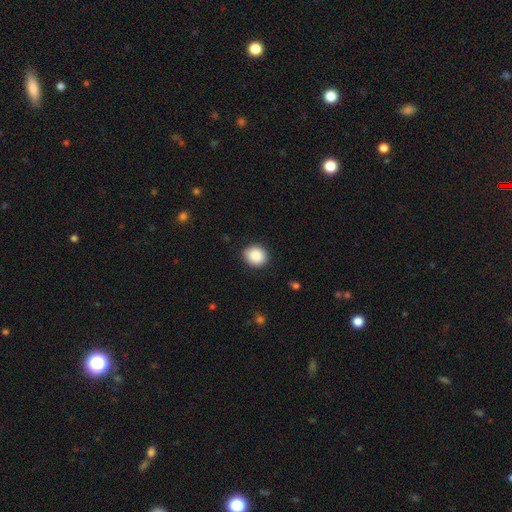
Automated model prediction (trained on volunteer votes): Smooth or featured: smooth — 89% (star or artifact — 8%)
How rounded: round — 75% (in between — 24%)
Merging: none — 89% (minor disturbance — 8%)